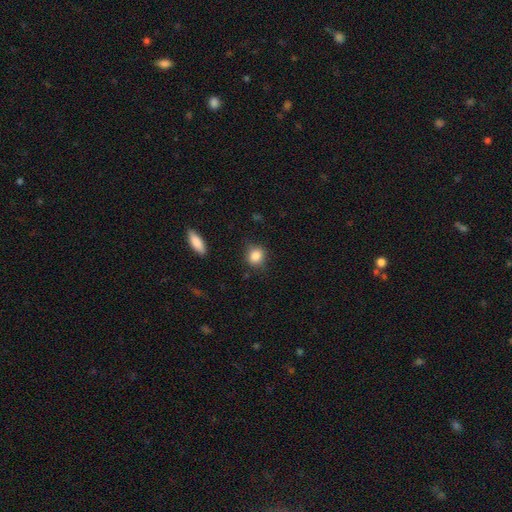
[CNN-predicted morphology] smooth-or-featured: smooth: 86% | star or artifact: 9% | featured or disk: 5%
  how-rounded: round: 70% | in between: 28% | cigar-shaped: 2%
  merging: none: 80% | minor disturbance: 15% | major disturbance: 3% | merger: 2%